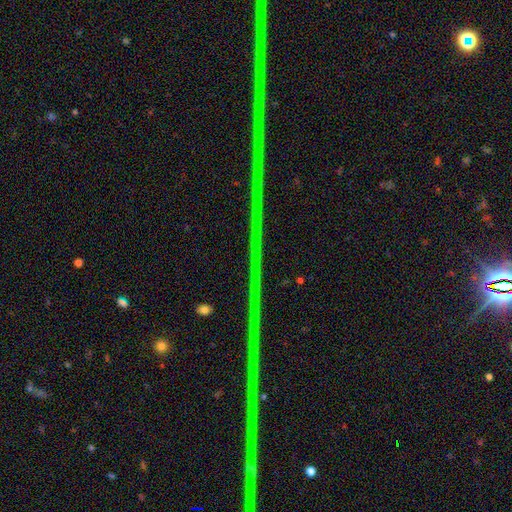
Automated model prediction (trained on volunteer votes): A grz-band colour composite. It shows a star or artifact, not a galaxy (88%).